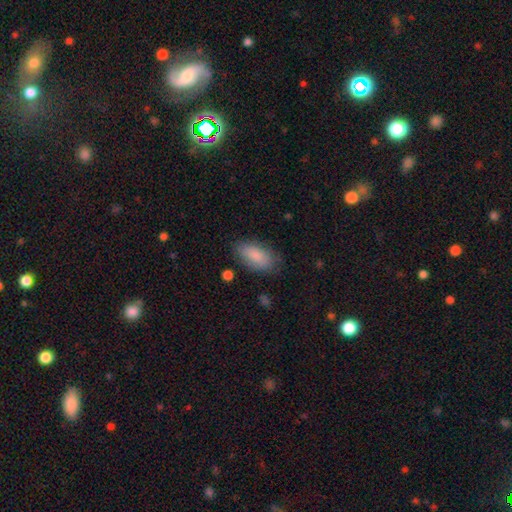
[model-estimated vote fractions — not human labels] Smooth or featured: smooth — 86% (featured or disk — 8%)
How rounded: in between — 92% (cigar-shaped — 5%)
Merging: none — 78% (minor disturbance — 16%)